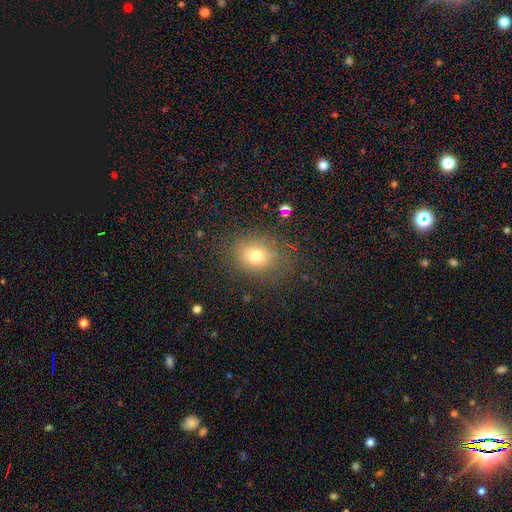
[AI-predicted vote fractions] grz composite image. It shows a smooth galaxy with no disk features (74%) that is round (52%). Merging: none (78%).